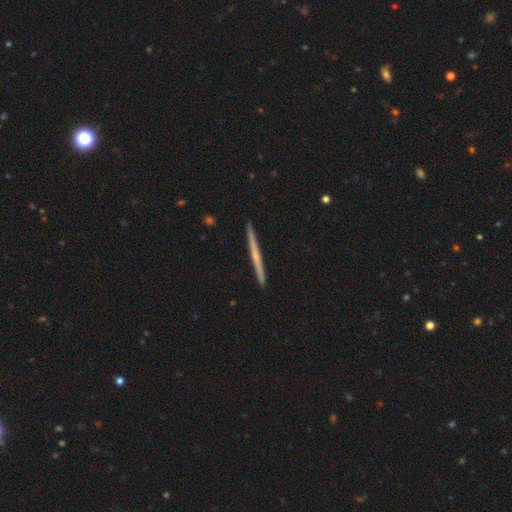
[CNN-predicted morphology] Smooth or featured? Predicted: featured or disk (p=0.57). Edge-on disk? Predicted: yes (p=0.98). Edge-on bulge? Predicted: none (p=0.72). Merging? Predicted: none (p=0.93).